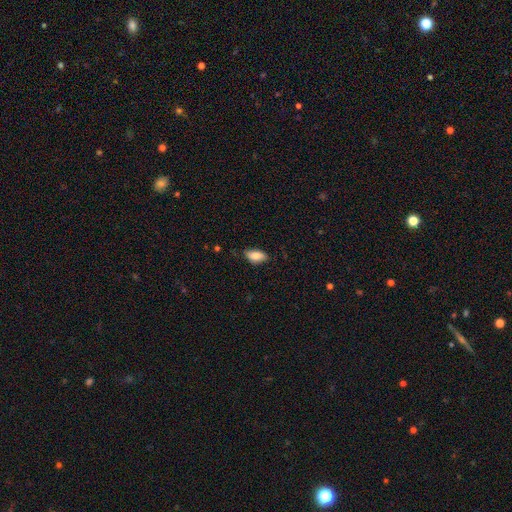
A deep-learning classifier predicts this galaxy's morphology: A smooth galaxy with no disk features (85%) that is in between round and cigar-shaped (91%). Merging: none (78%).